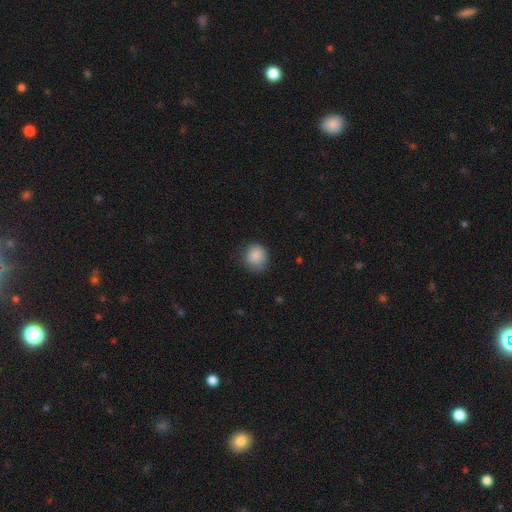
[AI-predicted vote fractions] Smooth or featured? Predicted: smooth (p=0.87). How rounded? Predicted: round (p=0.82). Merging? Predicted: none (p=0.70).